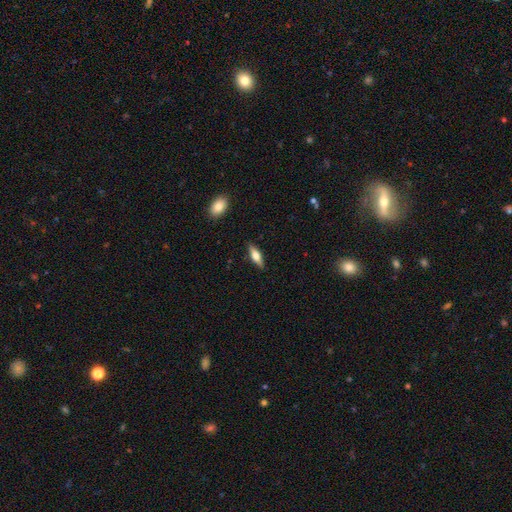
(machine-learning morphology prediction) Smooth or featured?
  - smooth: 51% *
  - featured or disk: 43%
  - star or artifact: 6%
How rounded?
  - in between: 53% *
  - cigar-shaped: 44%
  - round: 3%
Merging?
  - none: 88% *
  - minor disturbance: 9%
  - major disturbance: 2%
  - merger: 1%